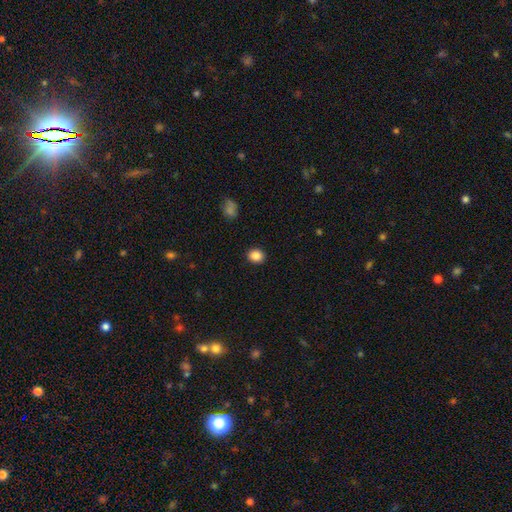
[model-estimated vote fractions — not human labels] Smooth or featured? smooth (86%)
How rounded? round (65%)
Merging? none (91%)